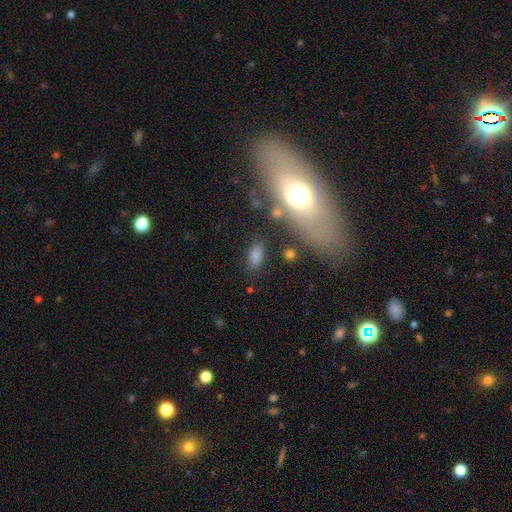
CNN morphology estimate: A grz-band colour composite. It shows a smooth galaxy with no disk features (80%) that is in between round and cigar-shaped (87%). Merging: none (80%).